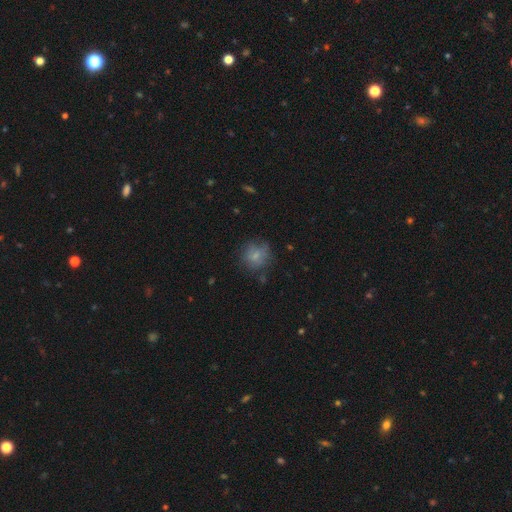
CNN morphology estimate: smooth-or-featured: smooth: 67% | featured or disk: 21% | star or artifact: 11%
  how-rounded: round: 79% | in between: 20% | cigar-shaped: 1%
  merging: none: 62% | minor disturbance: 22% | major disturbance: 12% | merger: 3%